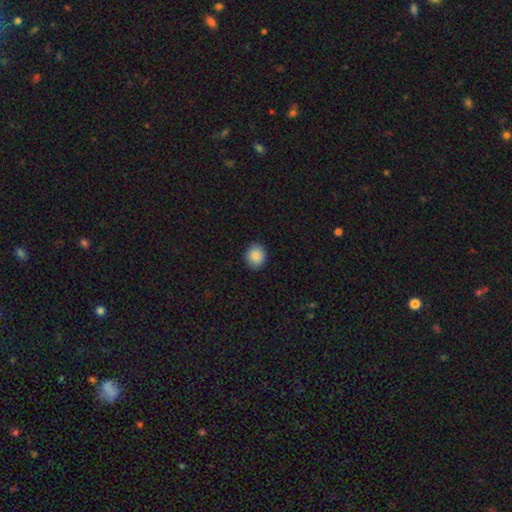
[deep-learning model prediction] smooth_or_featured: smooth (p=0.89) [alt: star or artifact p=0.08]
how_rounded: round (p=0.81) [alt: in between p=0.18]
merging: none (p=0.91) [alt: minor disturbance p=0.07]